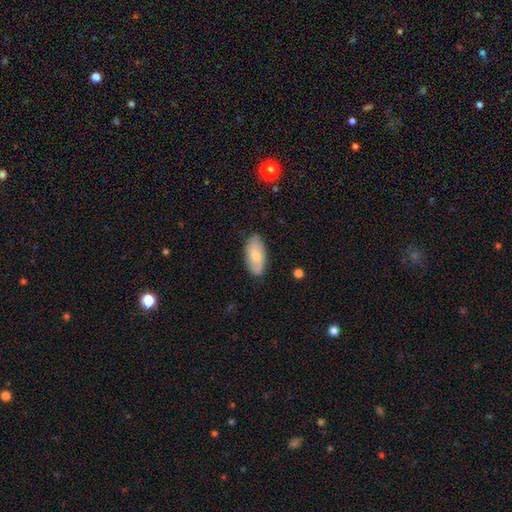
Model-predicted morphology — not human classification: Overall: smooth (68%). How rounded: in between (92%). Merging: none (80%).